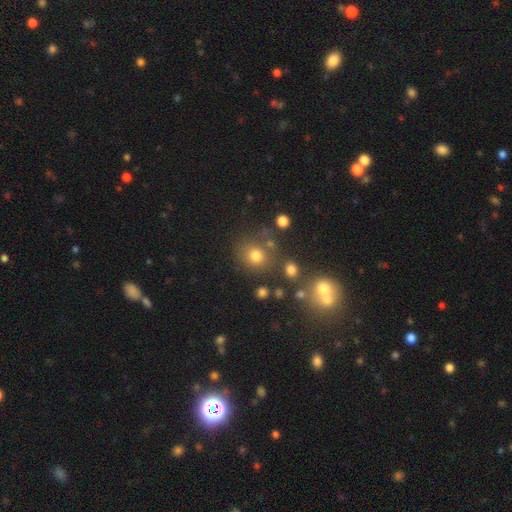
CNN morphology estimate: Smooth or featured: smooth — 75% (star or artifact — 17%)
How rounded: round — 84% (in between — 15%)
Merging: none — 72% (minor disturbance — 12%)